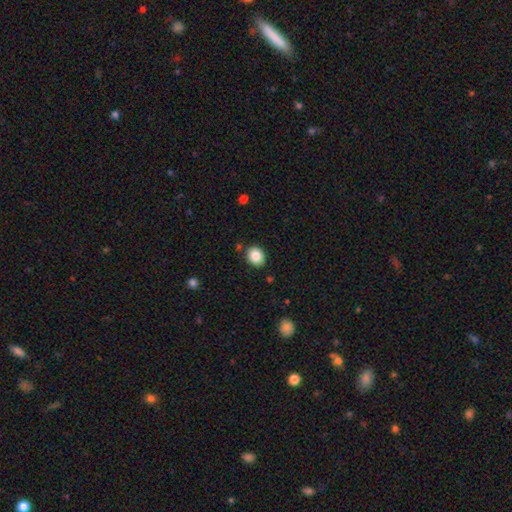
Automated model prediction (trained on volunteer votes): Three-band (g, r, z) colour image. It shows a smooth galaxy with no disk features (86%) that is round (53%). Merging: none (87%).